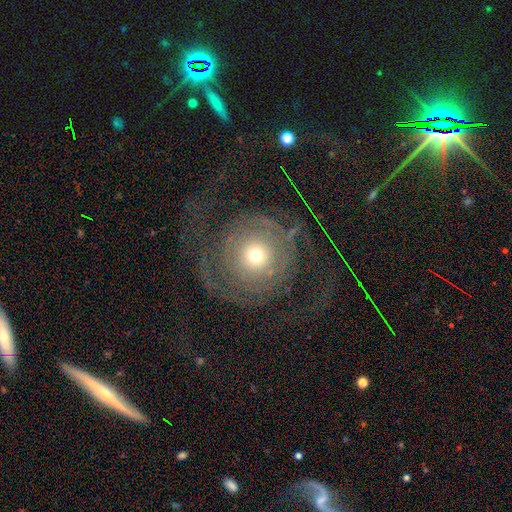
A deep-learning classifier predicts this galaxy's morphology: type=featured or disk (62%); edge-on=no (96%); bar=no (86%); spiral arms=yes (69%); bulge=small (49%); merging=none (61%).